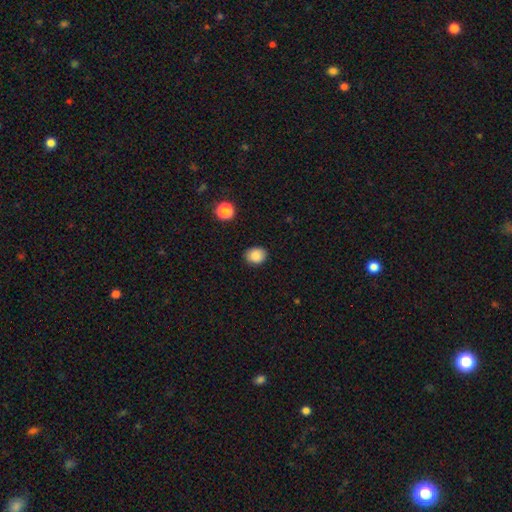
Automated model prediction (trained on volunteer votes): smooth_or_featured: smooth (p=0.87) [alt: star or artifact p=0.09]
how_rounded: round (p=0.55) [alt: in between p=0.45]
merging: none (p=0.87) [alt: minor disturbance p=0.09]